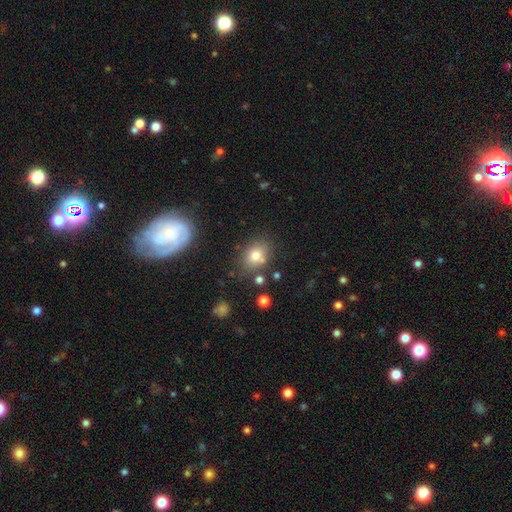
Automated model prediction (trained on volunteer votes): Smooth or featured: smooth — 75% (star or artifact — 13%)
How rounded: in between — 58% (round — 41%)
Merging: none — 71% (minor disturbance — 14%)